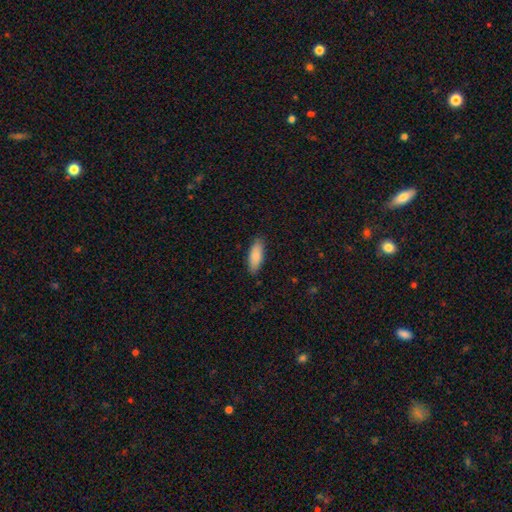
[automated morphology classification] Overall: smooth (86%). How rounded: in between (68%; cigar-shaped 30%). Merging: none (87%).